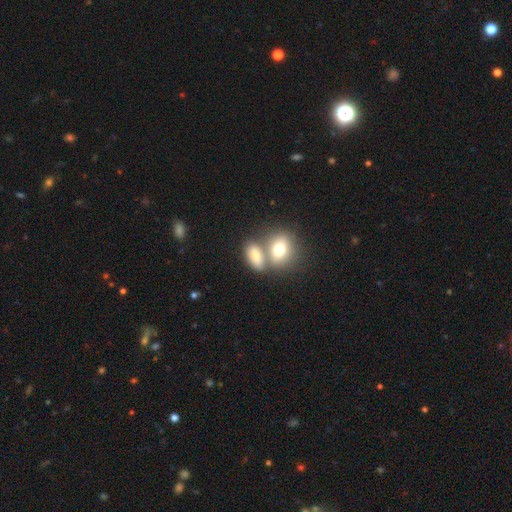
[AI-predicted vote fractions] This appears to be a smooth galaxy with no disk features (78%) that is in between round and cigar-shaped (78%). Merging: merger (47%).